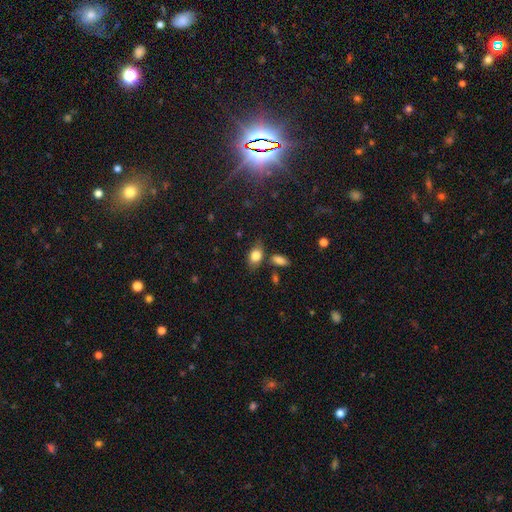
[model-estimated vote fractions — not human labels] Q: Smooth or featured?
A: smooth (82%); runner-up: featured or disk (9%)
Q: How rounded?
A: in between (82%); runner-up: round (16%)
Q: Merging?
A: none (70%); runner-up: minor disturbance (17%)